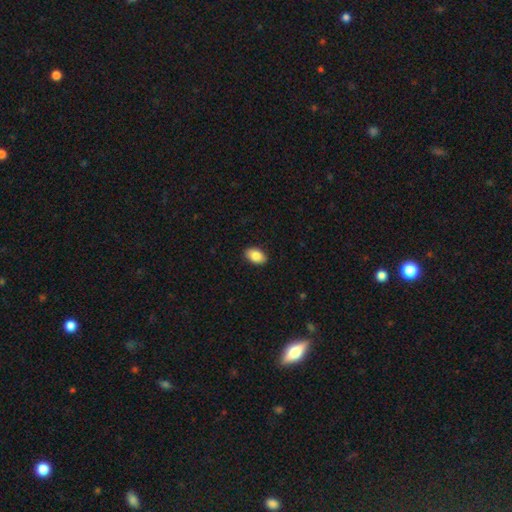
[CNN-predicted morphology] The model was most divided on "smooth or featured": smooth: 87%, star or artifact: 7%, featured or disk: 7%. More confident: how rounded — in between (91%); merging — none (90%).